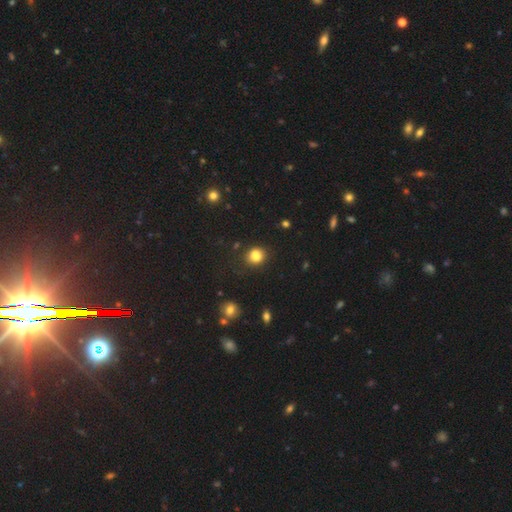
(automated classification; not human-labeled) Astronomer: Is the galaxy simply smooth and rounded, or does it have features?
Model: smooth — 83%.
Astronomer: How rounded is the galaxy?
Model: round — 72%.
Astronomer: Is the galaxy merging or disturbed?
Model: none — 78%.